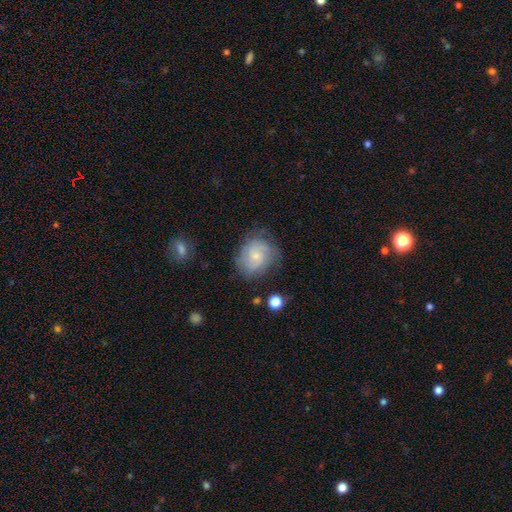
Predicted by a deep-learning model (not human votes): Q: Smooth or featured?
A: featured or disk (59%); runner-up: smooth (33%)
Q: Edge-on disk?
A: no (98%); runner-up: yes (2%)
Q: Bar?
A: no (65%); runner-up: weak (31%)
Q: Spiral arms?
A: yes (88%); runner-up: no (12%)
Q: Spiral winding?
A: tight (47%); runner-up: medium (39%)
Q: Spiral arm count?
A: 2 (47%); runner-up: can't tell (29%)
Q: Bulge size?
A: small (69%); runner-up: moderate (23%)
Q: Merging?
A: none (68%); runner-up: minor disturbance (22%)